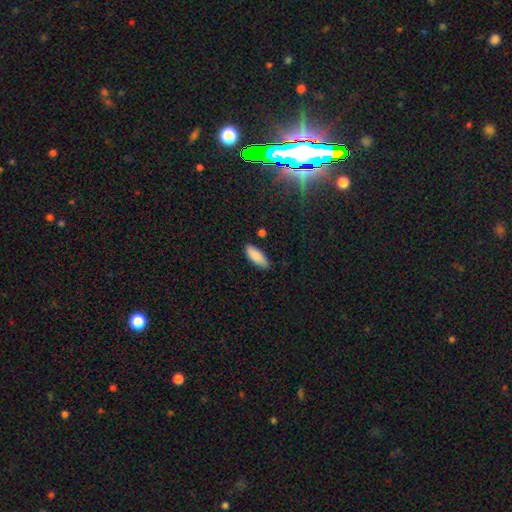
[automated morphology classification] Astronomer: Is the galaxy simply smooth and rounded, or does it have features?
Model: smooth — 87%.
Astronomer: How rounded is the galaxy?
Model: in between — 77%.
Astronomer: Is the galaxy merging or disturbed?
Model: none — 84%.